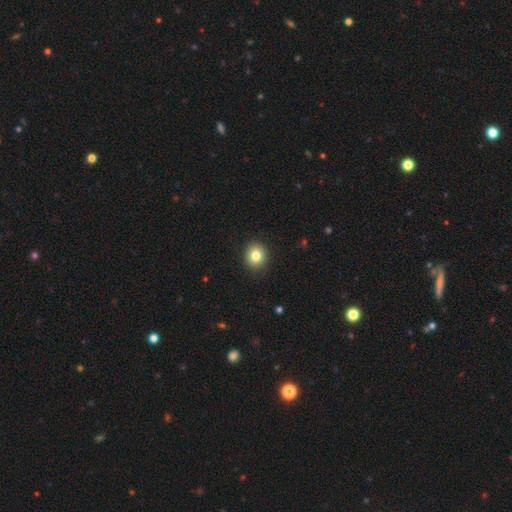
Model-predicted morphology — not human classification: A smooth galaxy with no disk features (81%) that is round (78%). Merging: none (90%).